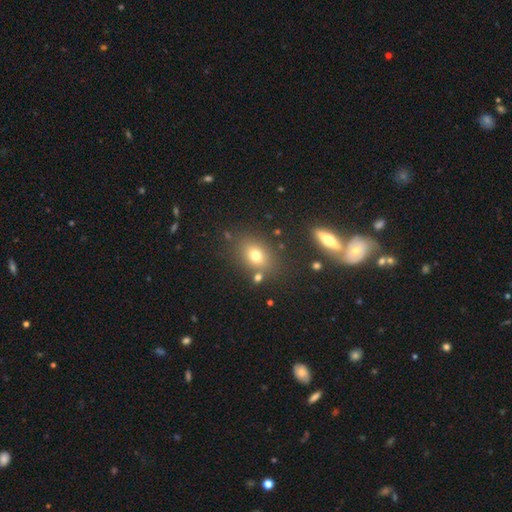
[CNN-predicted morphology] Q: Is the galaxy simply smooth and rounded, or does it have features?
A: smooth — 72%.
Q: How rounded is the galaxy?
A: in between — 64%.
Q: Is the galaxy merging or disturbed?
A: none — 77%.